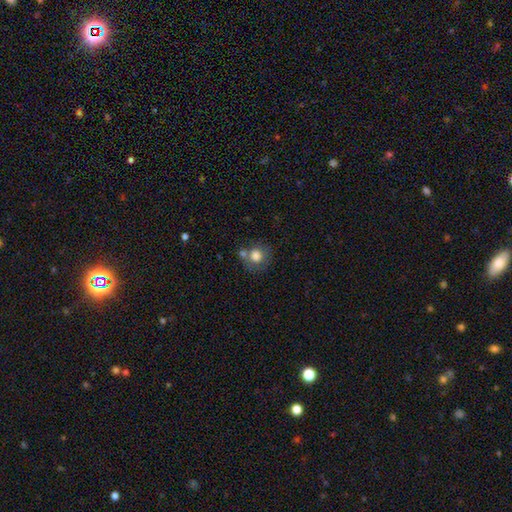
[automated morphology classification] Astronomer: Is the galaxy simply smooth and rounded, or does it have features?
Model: smooth — 79%.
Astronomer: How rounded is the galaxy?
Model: round — 83%.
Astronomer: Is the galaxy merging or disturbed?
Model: none — 55%.